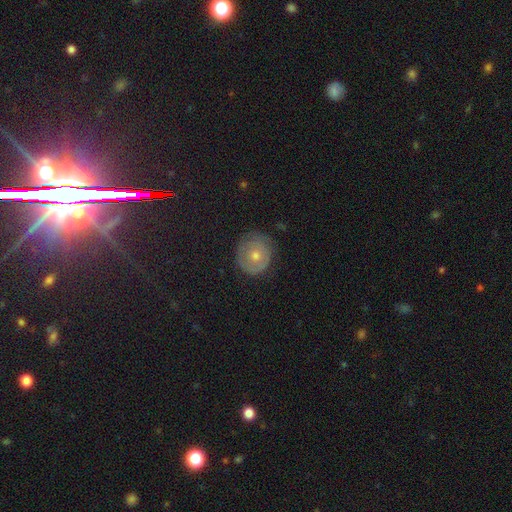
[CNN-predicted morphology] A featured or disk galaxy (46%).

Vote fractions:
- Smooth or featured? featured or disk: 46% / smooth: 39% / star or artifact: 15%
- Merging? none: 80% / minor disturbance: 15% / major disturbance: 4% / merger: 1%